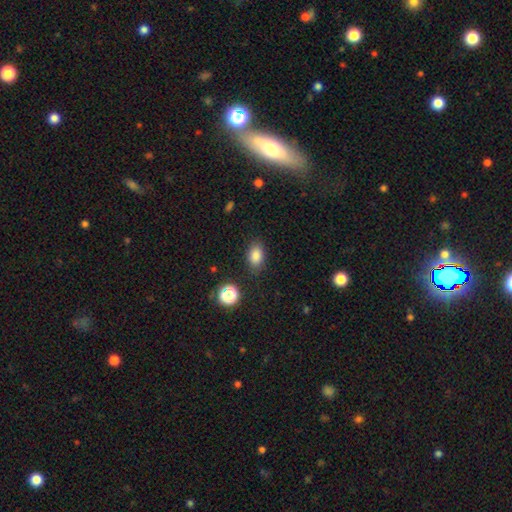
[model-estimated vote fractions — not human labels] Smooth or featured? smooth (83%)
How rounded? in between (83%)
Merging? none (83%)